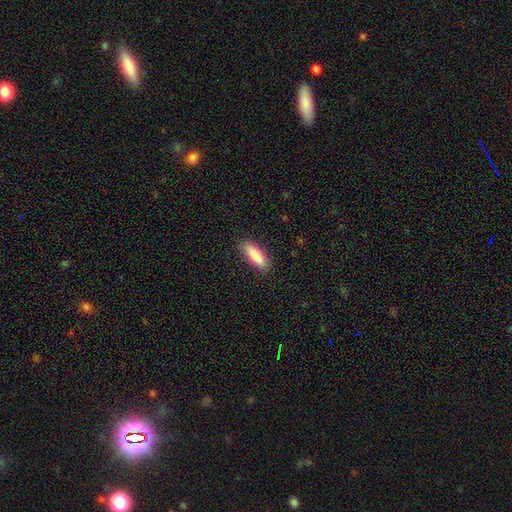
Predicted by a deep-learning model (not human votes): smooth_or_featured: smooth (p=0.86) [alt: featured or disk p=0.08]
how_rounded: in between (p=0.58) [alt: cigar-shaped p=0.40]
merging: none (p=0.86) [alt: minor disturbance p=0.11]